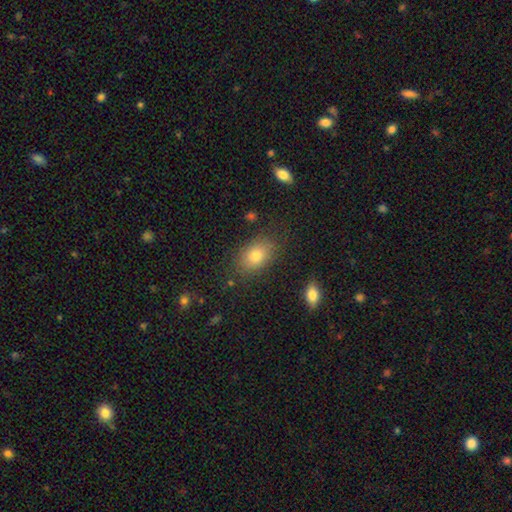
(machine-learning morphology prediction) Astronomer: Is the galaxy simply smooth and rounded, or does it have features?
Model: smooth — 79%.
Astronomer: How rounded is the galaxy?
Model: in between — 81%.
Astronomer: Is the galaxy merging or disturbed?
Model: none — 81%.